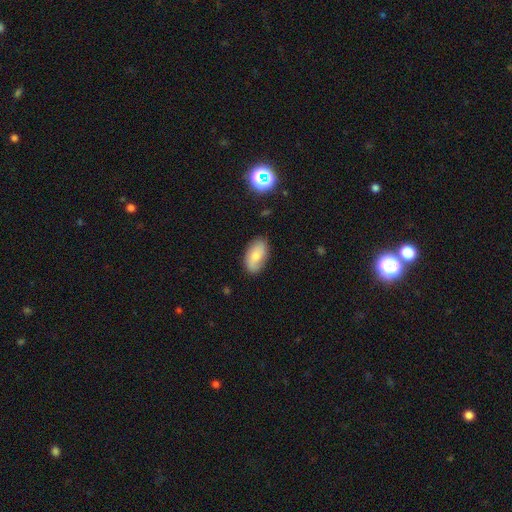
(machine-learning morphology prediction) A smooth galaxy with no disk features (68%) that is in between round and cigar-shaped (93%). Merging: none (80%).